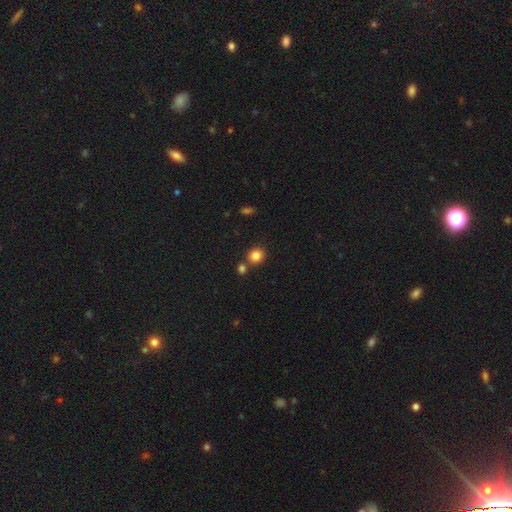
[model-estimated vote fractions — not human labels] smooth-or-featured: smooth: 84% | star or artifact: 11% | featured or disk: 5%
  how-rounded: round: 84% | in between: 15% | cigar-shaped: 1%
  merging: none: 74% | merger: 15% | minor disturbance: 8% | major disturbance: 3%